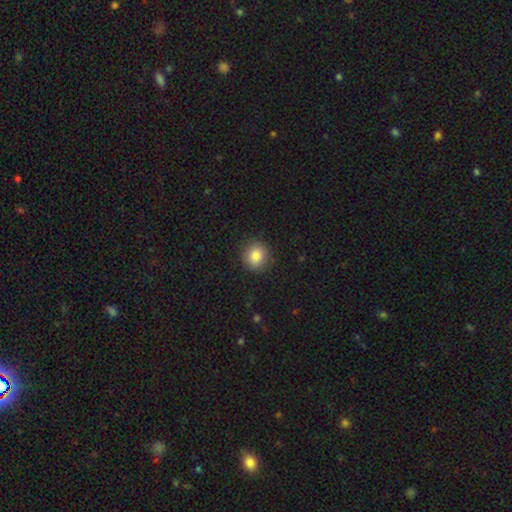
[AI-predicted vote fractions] smooth_or_featured: smooth (p=0.85) [alt: star or artifact p=0.09]
how_rounded: round (p=0.86) [alt: in between p=0.13]
merging: none (p=0.89) [alt: minor disturbance p=0.08]